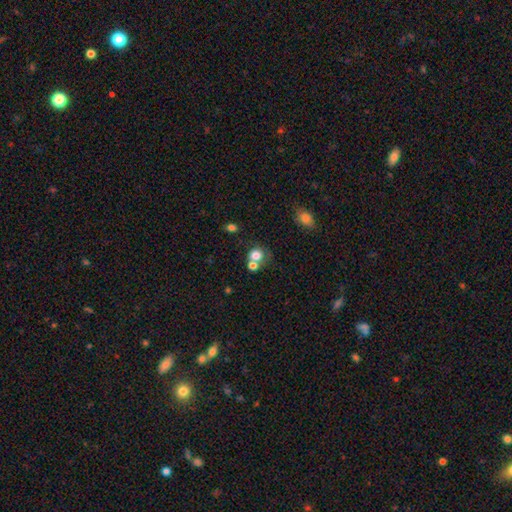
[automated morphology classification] The model was most divided on "merging" (2-way tie): none: 42%, merger: 42%, minor disturbance: 10%, major disturbance: 6%. More confident: how rounded — round (75%); smooth or featured — smooth (75%).